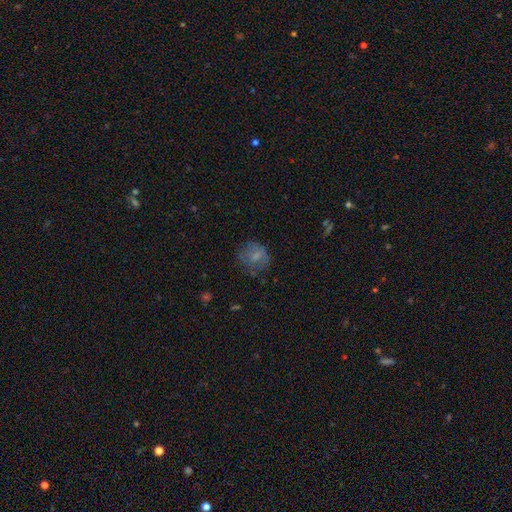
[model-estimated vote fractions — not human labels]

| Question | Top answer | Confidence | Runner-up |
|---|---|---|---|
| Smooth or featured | smooth | 65% | featured or disk (24%) |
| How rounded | round | 70% | in between (28%) |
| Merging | none | 62% | minor disturbance (22%) |